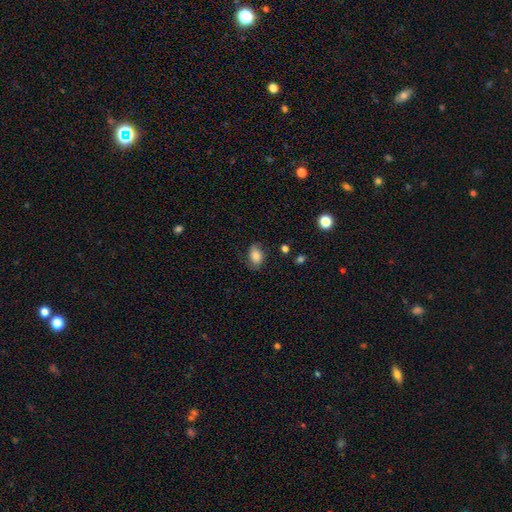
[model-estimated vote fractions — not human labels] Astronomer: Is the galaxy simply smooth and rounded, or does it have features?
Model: smooth — 79%.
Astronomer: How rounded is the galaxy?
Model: in between — 73%.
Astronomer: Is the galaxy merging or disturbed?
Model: none — 66%.